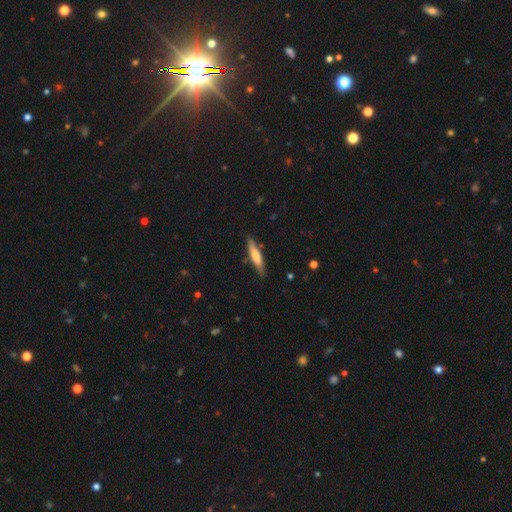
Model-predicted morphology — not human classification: Smooth or featured? Predicted: smooth (p=0.60). How rounded? Predicted: cigar-shaped (p=0.85). Merging? Predicted: none (p=0.82).